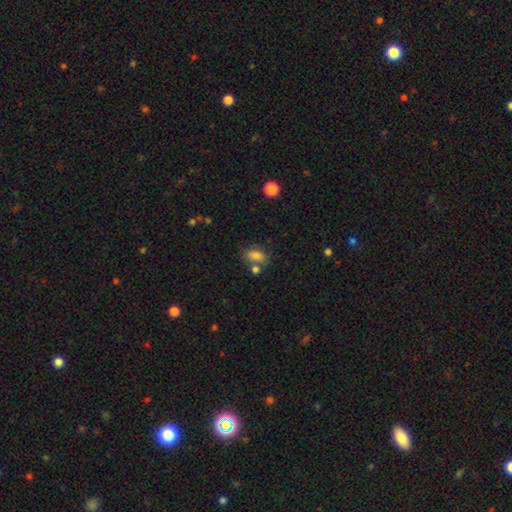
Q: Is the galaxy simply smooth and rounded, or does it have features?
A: smooth — 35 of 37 (95%).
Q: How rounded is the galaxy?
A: in between — 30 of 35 (86%).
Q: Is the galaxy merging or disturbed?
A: none — 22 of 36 (61%).